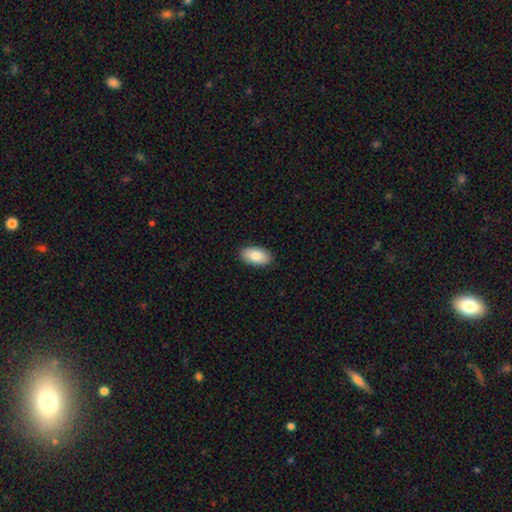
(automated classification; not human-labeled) A smooth galaxy with no disk features (83%) that is in between round and cigar-shaped (94%). Merging: none (90%).